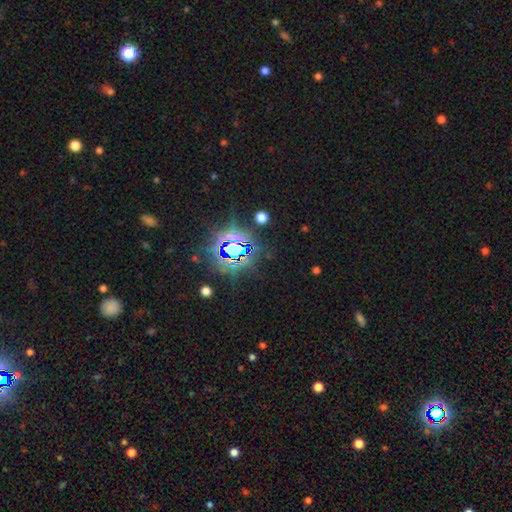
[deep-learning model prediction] Morphology: type=star or artifact (79%).